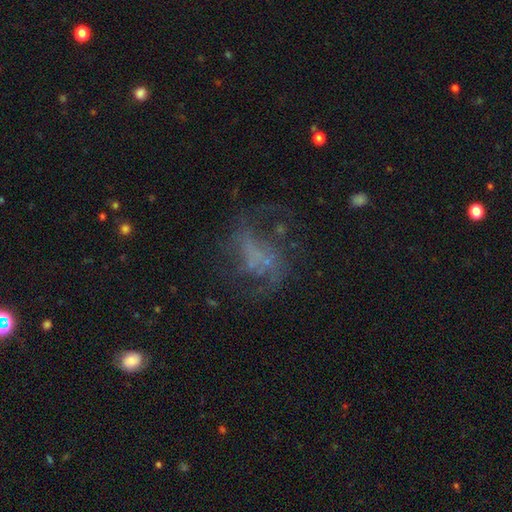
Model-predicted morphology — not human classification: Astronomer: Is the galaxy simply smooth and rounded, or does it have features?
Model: featured or disk — 64%.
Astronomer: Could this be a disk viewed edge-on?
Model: no — 97%.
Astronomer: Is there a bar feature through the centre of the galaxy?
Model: no — 66%.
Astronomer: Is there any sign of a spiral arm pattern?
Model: yes — 65%.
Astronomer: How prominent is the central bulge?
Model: none — 71%.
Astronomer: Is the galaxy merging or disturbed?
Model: none — 48% (runner-up: major disturbance, 31%).